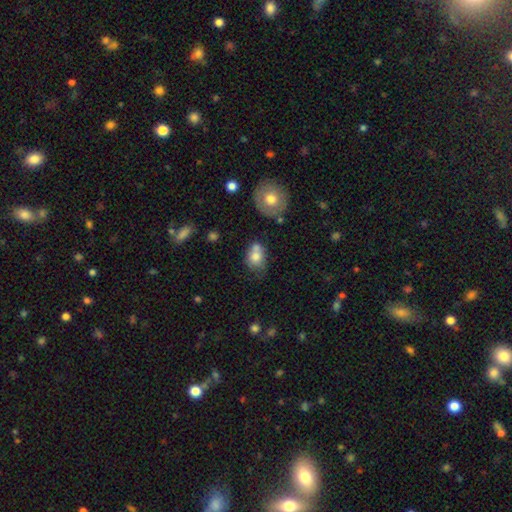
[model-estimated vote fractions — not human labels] A smooth galaxy with no disk features (74%) that is in between round and cigar-shaped (55%). Merging: none (38%).